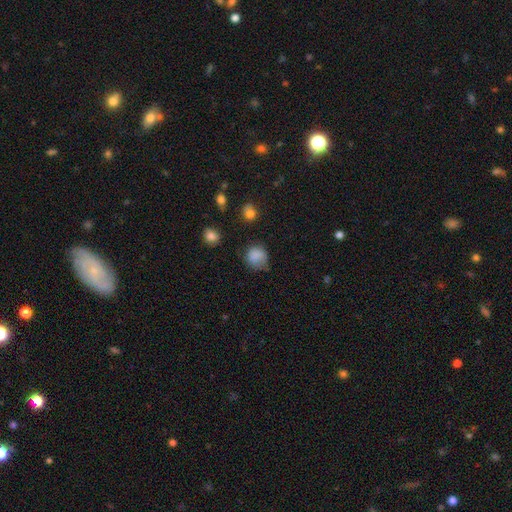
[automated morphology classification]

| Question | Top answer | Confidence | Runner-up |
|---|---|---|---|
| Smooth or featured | smooth | 81% | star or artifact (11%) |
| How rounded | round | 77% | in between (22%) |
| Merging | none | 58% | minor disturbance (29%) |